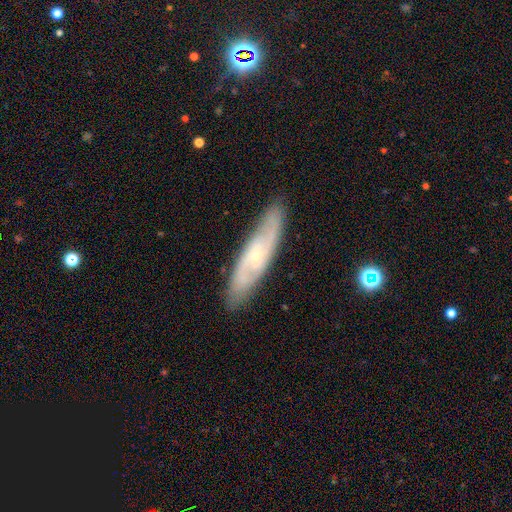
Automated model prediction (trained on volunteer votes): Morphology: type=featured or disk (74%); edge-on=no (75%); bar=no (59%); spiral arms=yes (91%); winding=medium (44%); arm count=2 (65%); bulge=small (77%); merging=none (85%).